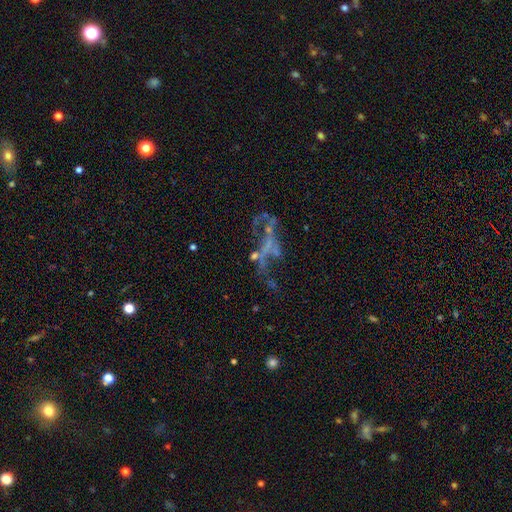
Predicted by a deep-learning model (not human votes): The model was most divided on "merging": major disturbance: 39%, none: 29%, merger: 19%, minor disturbance: 12%. More confident: edge-on disk — no (95%); spiral arms — no (82%); bar — no (78%); bulge size — none (77%); smooth or featured — featured or disk (60%).